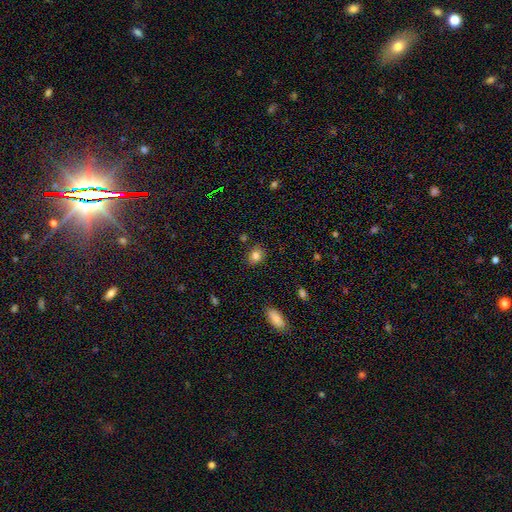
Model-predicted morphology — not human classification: A smooth galaxy with no disk features (82%) that is round (50%).

Vote fractions:
- Smooth or featured? smooth: 82% / star or artifact: 10% / featured or disk: 7%
- How rounded? round: 50% / in between: 48% / cigar-shaped: 1%
- Merging? none: 83% / minor disturbance: 12% / major disturbance: 3% / merger: 2%